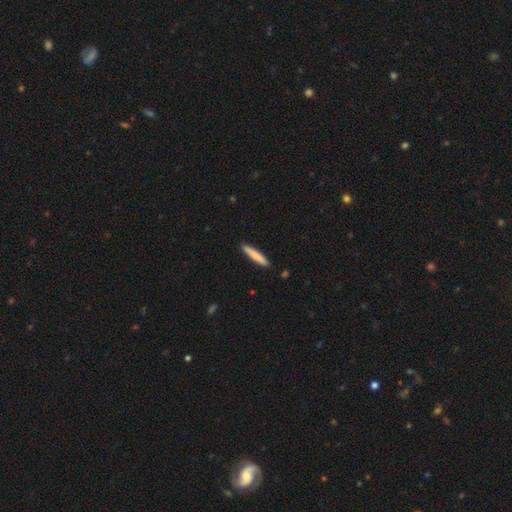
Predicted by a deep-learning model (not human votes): smooth_or_featured: smooth (p=0.76) [alt: featured or disk p=0.18]
how_rounded: cigar-shaped (p=0.93) [alt: in between p=0.06]
merging: none (p=0.90) [alt: minor disturbance p=0.07]